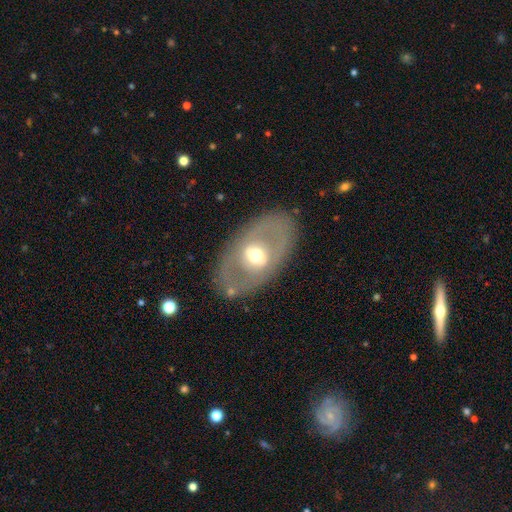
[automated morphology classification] Smooth or featured?
  - featured or disk: 61% *
  - smooth: 33%
  - star or artifact: 6%
Edge-on disk?
  - no: 86% *
  - yes: 14%
Bar?
  - no: 45% *
  - weak: 32%
  - strong: 23%
Spiral arms?
  - no: 88% *
  - yes: 12%
Bulge size?
  - moderate: 67% *
  - large: 16%
  - small: 15%
  - dominant: 2%
  - none: 1%
Merging?
  - none: 81% *
  - minor disturbance: 11%
  - major disturbance: 7%
  - merger: 2%